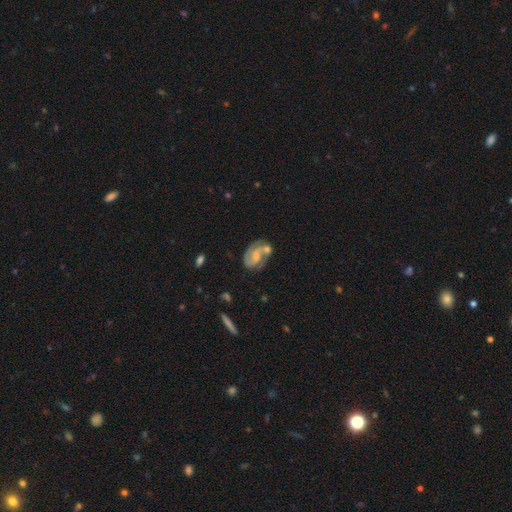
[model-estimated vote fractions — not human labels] Smooth or featured: featured or disk — 82% (smooth — 13%)
Edge-on disk: no — 98% (yes — 2%)
Bar: weak — 46% (no — 42%)
Spiral arms: yes — 95% (no — 5%)
Spiral winding: medium — 51% (tight — 32%)
Spiral arm count: 2 — 84% (can't tell — 6%)
Bulge size: small — 39% (moderate — 31%)
Merging: none — 54% (merger — 19%)